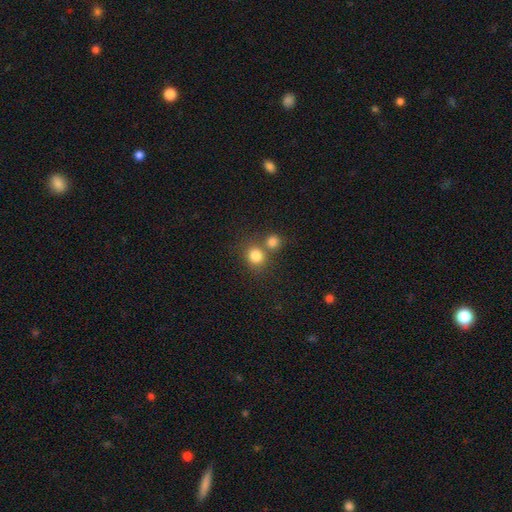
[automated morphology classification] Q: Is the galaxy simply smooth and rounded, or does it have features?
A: smooth — 82%.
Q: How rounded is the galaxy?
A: round — 81%.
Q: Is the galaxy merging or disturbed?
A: none — 55%.